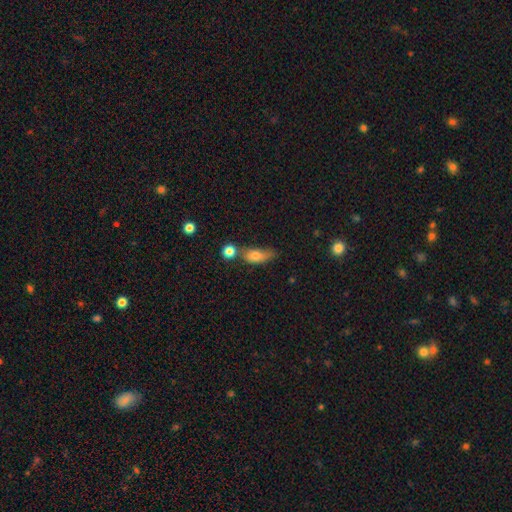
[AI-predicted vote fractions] This appears to be a smooth galaxy with no disk features (75%) that is in between round and cigar-shaped (69%). Merging: none (35%).